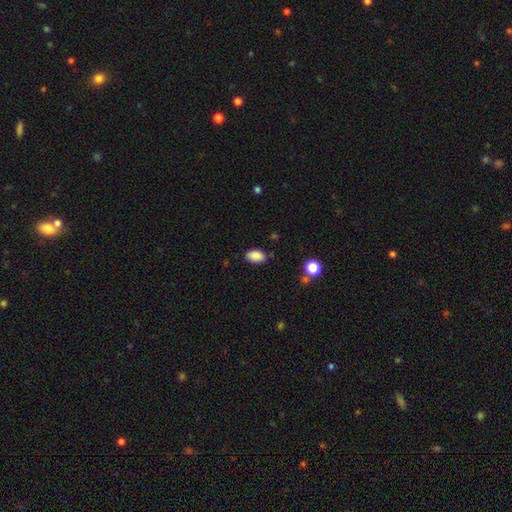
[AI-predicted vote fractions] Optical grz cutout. It shows a smooth galaxy with no disk features (88%) that is in between round and cigar-shaped (91%). Merging: none (84%).